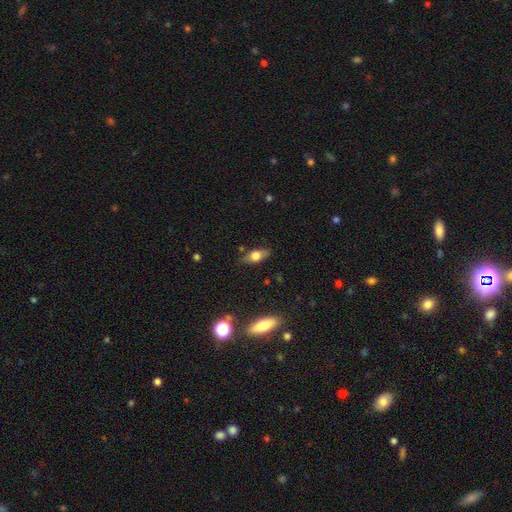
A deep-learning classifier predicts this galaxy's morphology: smooth_or_featured: smooth (p=0.67) [alt: featured or disk p=0.24]
how_rounded: in between (p=0.78) [alt: cigar-shaped p=0.15]
merging: none (p=0.78) [alt: minor disturbance p=0.16]